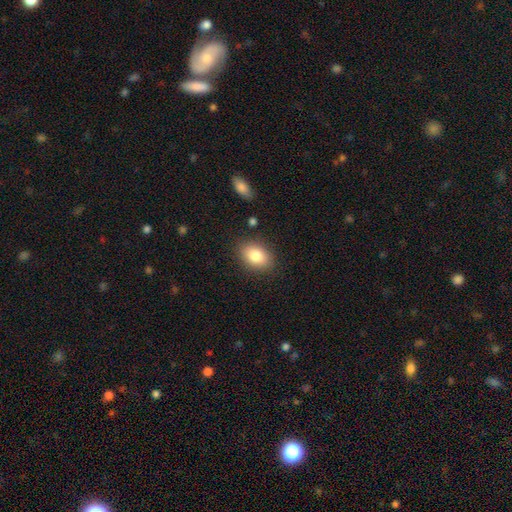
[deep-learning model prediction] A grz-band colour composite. It shows a smooth galaxy with no disk features (83%) that is in between round and cigar-shaped (78%). Merging: none (85%).